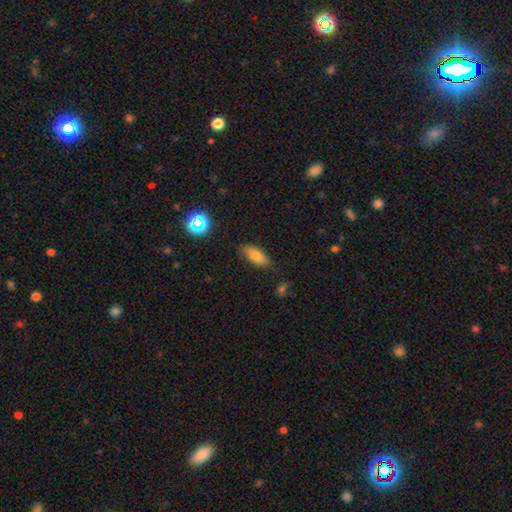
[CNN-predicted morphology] Q: Smooth or featured?
A: smooth (77%); runner-up: featured or disk (13%)
Q: How rounded?
A: in between (79%); runner-up: cigar-shaped (18%)
Q: Merging?
A: none (81%); runner-up: minor disturbance (14%)